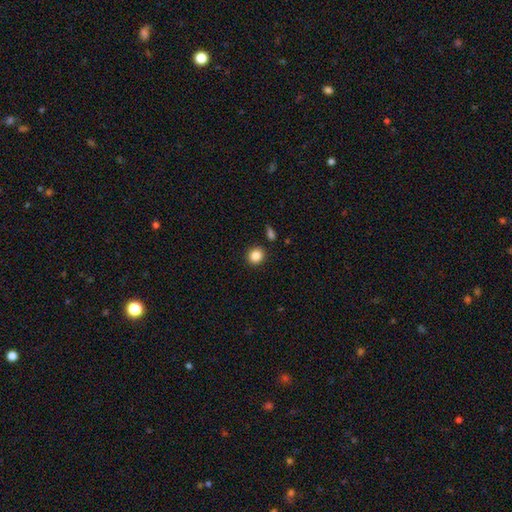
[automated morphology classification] Smooth or featured: smooth — 87% (star or artifact — 9%)
How rounded: round — 82% (in between — 17%)
Merging: none — 88% (minor disturbance — 7%)